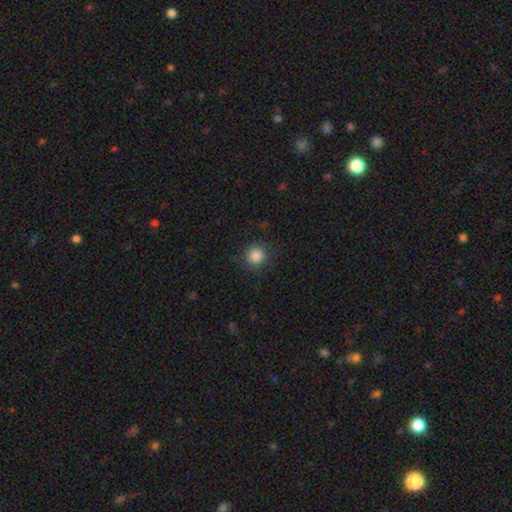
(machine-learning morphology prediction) Smooth or featured: smooth — 86% (star or artifact — 10%)
How rounded: round — 94% (in between — 5%)
Merging: none — 85% (minor disturbance — 10%)